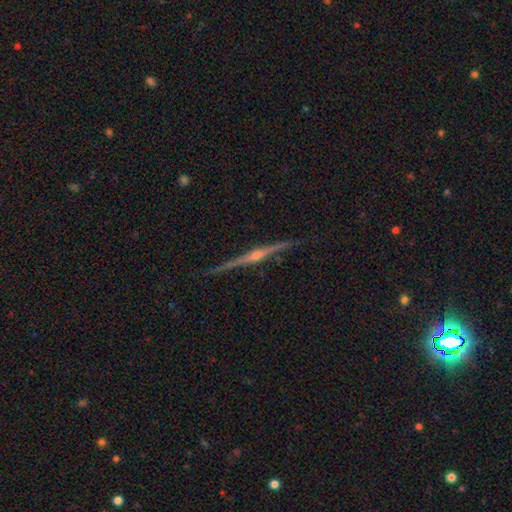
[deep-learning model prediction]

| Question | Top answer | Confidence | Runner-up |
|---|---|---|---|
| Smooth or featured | featured or disk | 87% | smooth (7%) |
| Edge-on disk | yes | 98% | no (2%) |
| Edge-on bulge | rounded | 91% | none (5%) |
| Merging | none | 89% | minor disturbance (8%) |